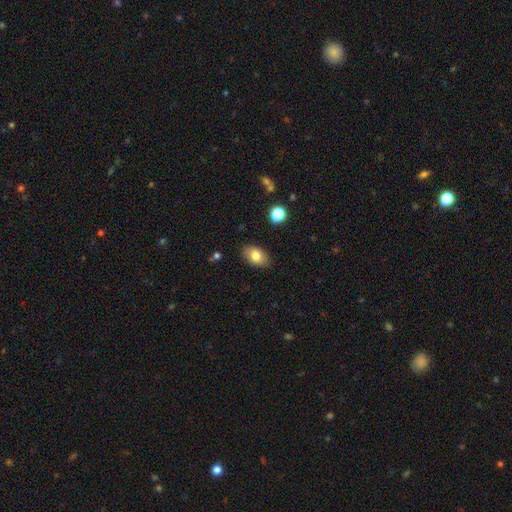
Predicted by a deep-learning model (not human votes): The model was most divided on "smooth or featured": smooth: 81%, featured or disk: 11%, star or artifact: 8%. More confident: how rounded — in between (89%); merging — none (86%).